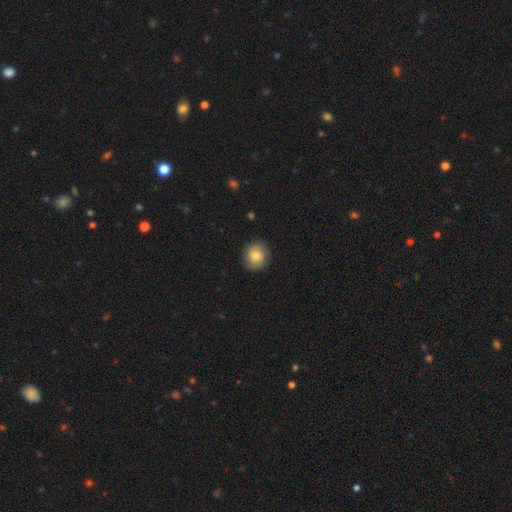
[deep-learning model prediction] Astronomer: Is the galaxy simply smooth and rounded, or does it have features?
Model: smooth — 78%.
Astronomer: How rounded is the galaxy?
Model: round — 84%.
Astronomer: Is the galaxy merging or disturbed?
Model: none — 88%.